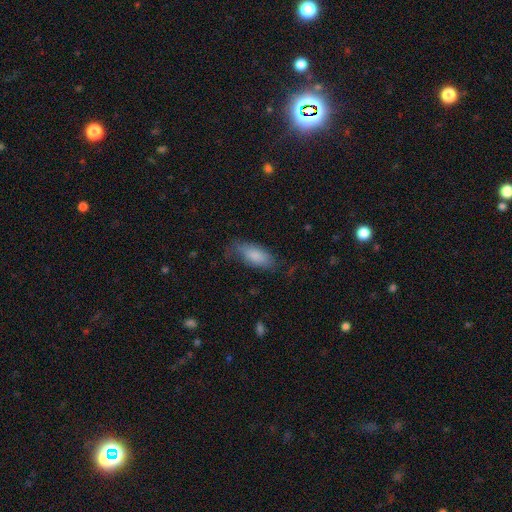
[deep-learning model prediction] A smooth galaxy with no disk features (80%) that is in between round and cigar-shaped (85%). Merging: none (58%).